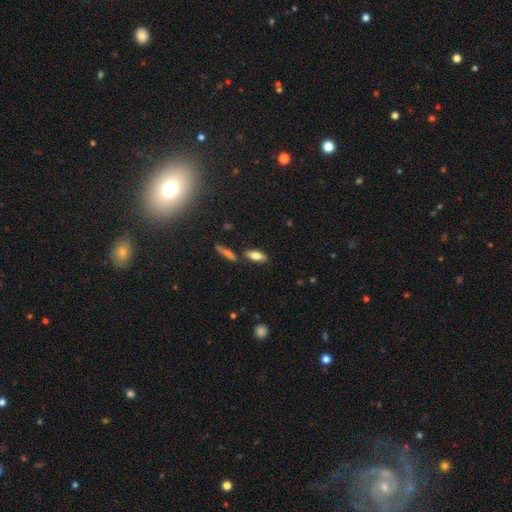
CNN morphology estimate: Q: Smooth or featured?
A: smooth (75%); runner-up: featured or disk (17%)
Q: How rounded?
A: in between (76%); runner-up: cigar-shaped (22%)
Q: Merging?
A: none (76%); runner-up: minor disturbance (12%)